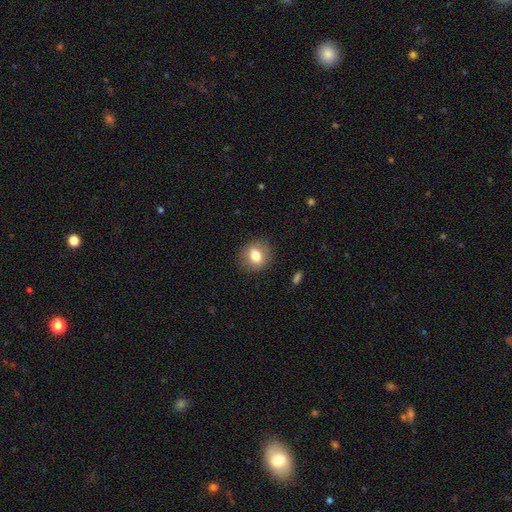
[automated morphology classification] Smooth or featured? smooth (75%)
How rounded? round (68%)
Merging? none (87%)